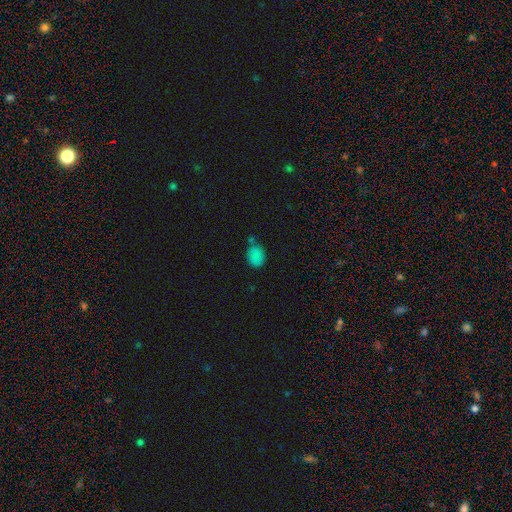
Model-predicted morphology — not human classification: The model was most divided on "how rounded": in between: 64%, round: 35%, cigar-shaped: 1%. More confident: smooth or featured — smooth (81%); merging — none (55%).